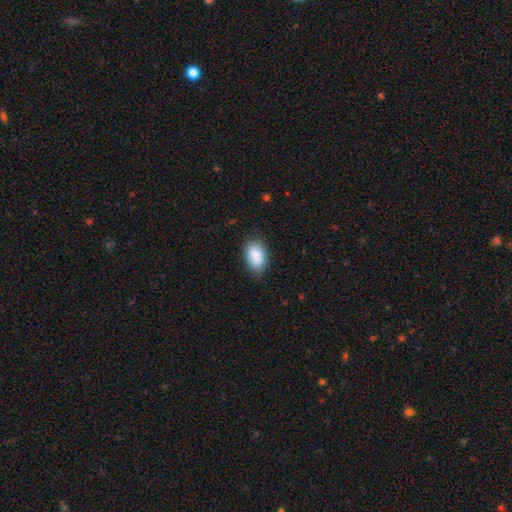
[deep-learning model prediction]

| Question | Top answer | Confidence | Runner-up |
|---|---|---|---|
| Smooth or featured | smooth | 89% | star or artifact (6%) |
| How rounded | in between | 93% | round (5%) |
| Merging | none | 83% | minor disturbance (13%) |